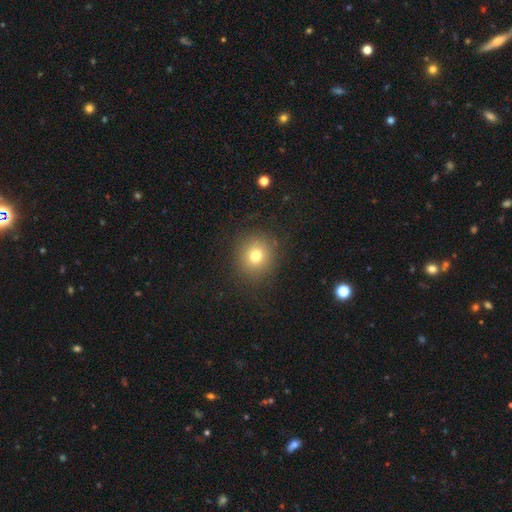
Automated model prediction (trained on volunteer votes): smooth-or-featured: smooth: 75% | star or artifact: 15% | featured or disk: 10%
  how-rounded: round: 88% | in between: 11% | cigar-shaped: 1%
  merging: none: 87% | minor disturbance: 8% | major disturbance: 4% | merger: 1%